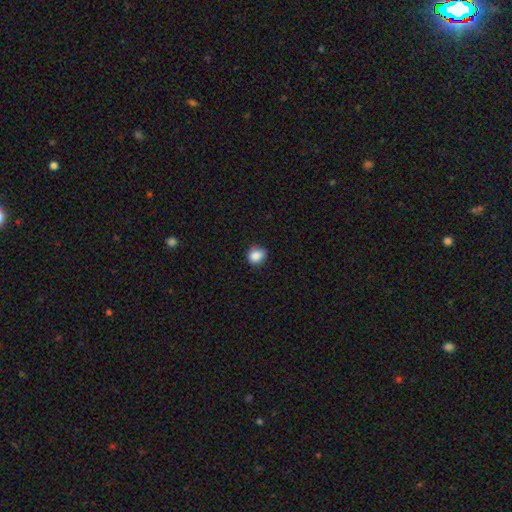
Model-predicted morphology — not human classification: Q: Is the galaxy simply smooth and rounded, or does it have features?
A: smooth — 86%.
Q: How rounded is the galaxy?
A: round — 65%.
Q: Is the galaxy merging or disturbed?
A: none — 80%.